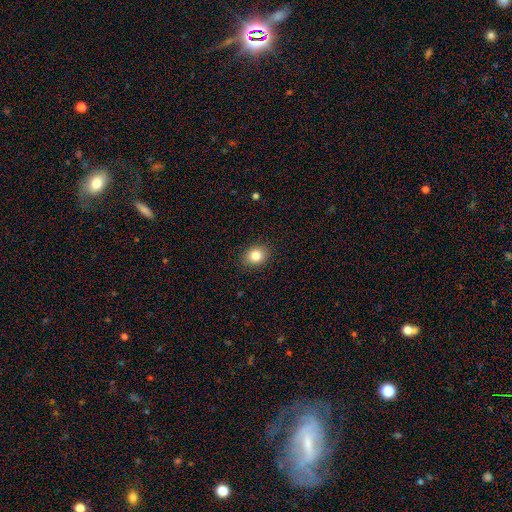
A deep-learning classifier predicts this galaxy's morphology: This is clearly a smooth galaxy (84%). How rounded: possibly in between (52%). Merging: clearly none (88%).